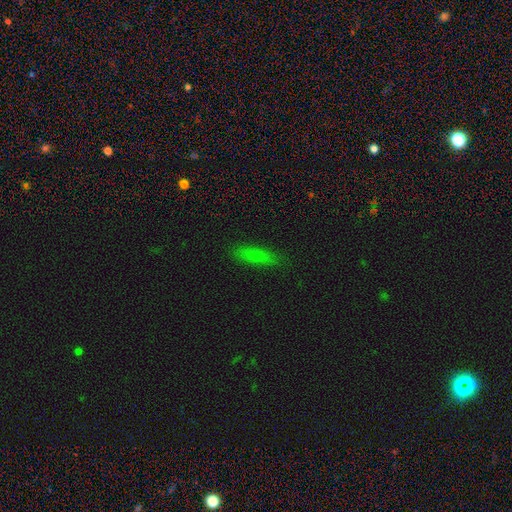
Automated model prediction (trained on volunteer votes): Smooth or featured: smooth — 72% (featured or disk — 15%)
How rounded: cigar-shaped — 62% (in between — 35%)
Merging: none — 84% (minor disturbance — 12%)